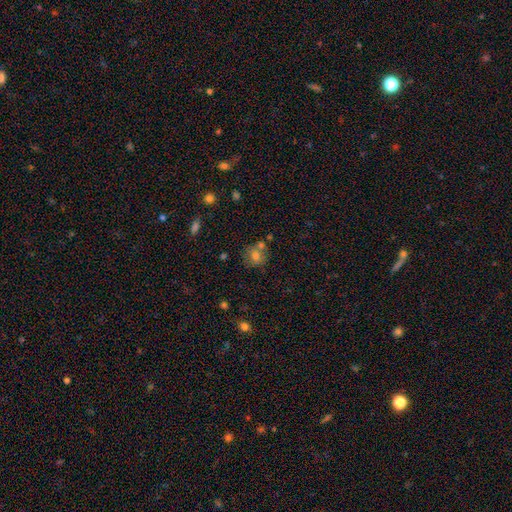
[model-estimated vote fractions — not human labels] Smooth or featured: smooth — 75% (featured or disk — 14%)
How rounded: round — 83% (in between — 16%)
Merging: none — 63% (merger — 20%)